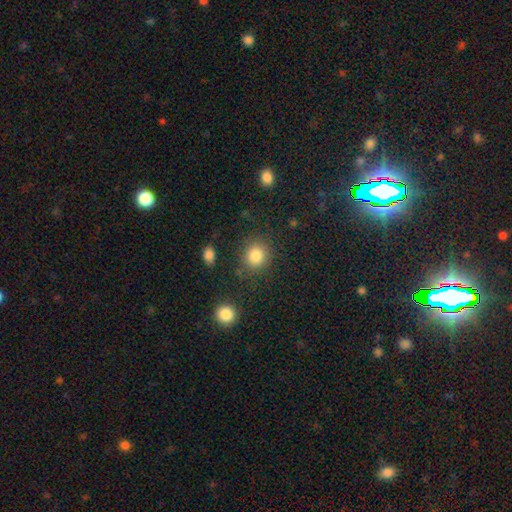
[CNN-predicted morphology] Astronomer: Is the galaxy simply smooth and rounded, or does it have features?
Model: smooth — 84%.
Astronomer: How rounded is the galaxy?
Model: round — 81%.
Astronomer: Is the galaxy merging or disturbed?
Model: none — 82%.